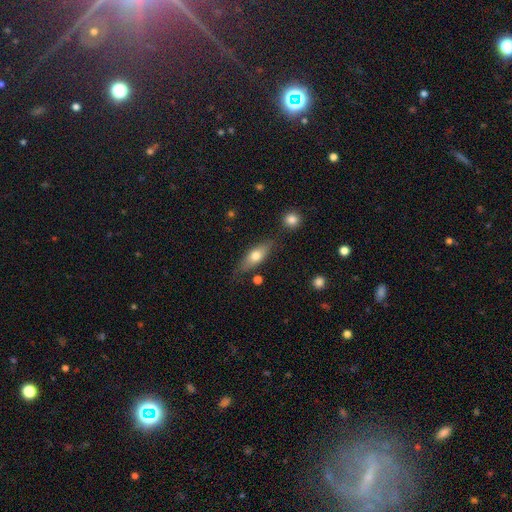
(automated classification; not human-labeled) Smooth or featured? smooth (63%)
How rounded? in between (62%)
Merging? none (71%)